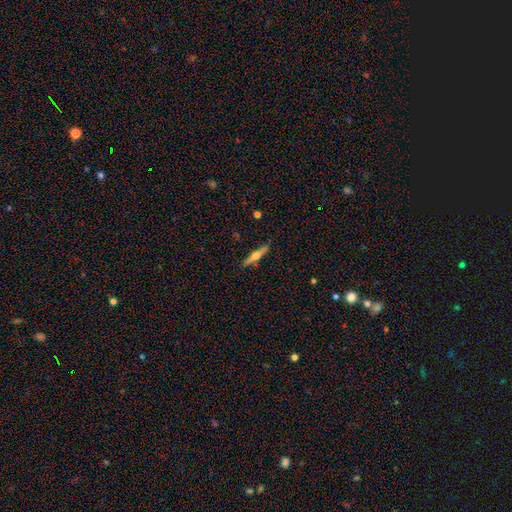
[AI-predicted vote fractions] smooth_or_featured: featured or disk (p=0.64) [alt: smooth p=0.31]
disk_edge_on: yes (p=0.97) [alt: no p=0.03]
edge_on_bulge: rounded (p=0.93) [alt: none p=0.04]
merging: none (p=0.90) [alt: minor disturbance p=0.07]